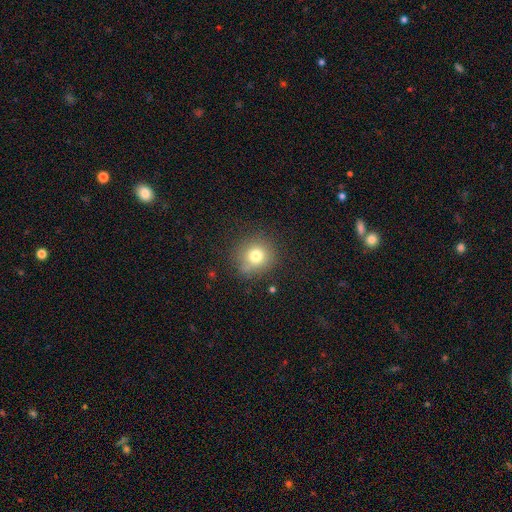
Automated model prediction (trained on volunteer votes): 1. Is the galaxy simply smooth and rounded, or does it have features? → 76% smooth, 13% star or artifact, 10% featured or disk.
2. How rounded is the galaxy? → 89% round, 10% in between, 1% cigar-shaped.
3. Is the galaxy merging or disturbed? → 79% none, 14% minor disturbance, 5% major disturbance, 3% merger.